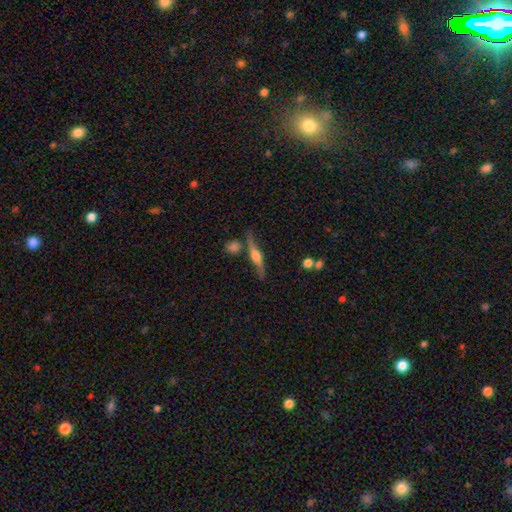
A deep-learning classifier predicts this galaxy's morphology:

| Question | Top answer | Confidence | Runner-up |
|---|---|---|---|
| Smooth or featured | featured or disk | 75% | smooth (19%) |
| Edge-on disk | yes | 87% | no (13%) |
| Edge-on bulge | rounded | 87% | boxy (9%) |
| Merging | none | 70% | minor disturbance (16%) |